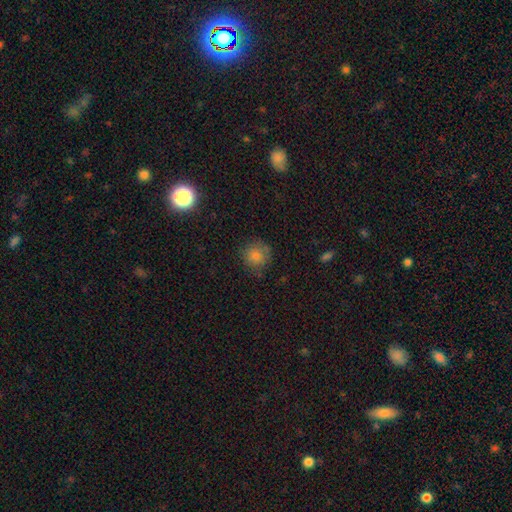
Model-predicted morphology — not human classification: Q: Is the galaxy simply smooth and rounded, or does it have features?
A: smooth — 78%.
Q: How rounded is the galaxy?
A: round — 92%.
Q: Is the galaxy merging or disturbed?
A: none — 80%.